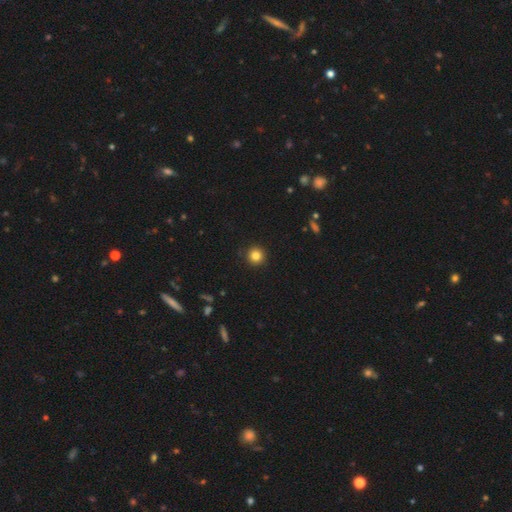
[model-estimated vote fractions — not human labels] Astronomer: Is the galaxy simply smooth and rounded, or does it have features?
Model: smooth — 83%.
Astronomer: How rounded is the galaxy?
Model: round — 96%.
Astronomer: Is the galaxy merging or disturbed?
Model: none — 92%.